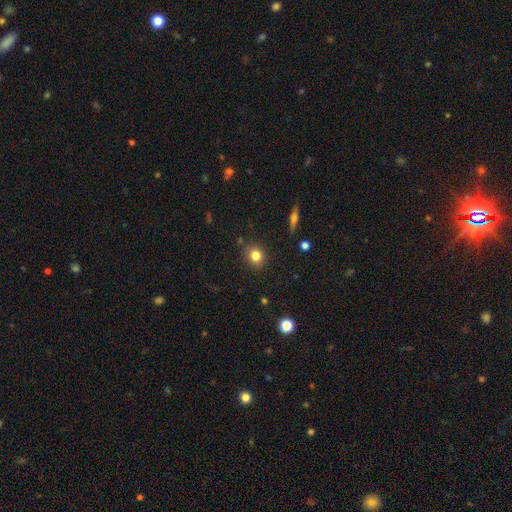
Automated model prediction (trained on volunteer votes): This appears to be a smooth galaxy with no disk features (81%) that is round (85%). Merging: none (87%).